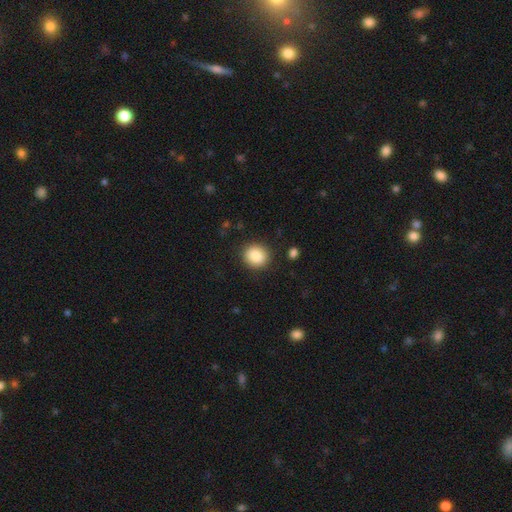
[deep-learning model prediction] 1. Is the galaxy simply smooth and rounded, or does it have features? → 87% smooth, 8% star or artifact, 5% featured or disk.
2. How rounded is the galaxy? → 84% round, 15% in between, 1% cigar-shaped.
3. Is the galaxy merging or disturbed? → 89% none, 7% minor disturbance, 3% major disturbance, 1% merger.